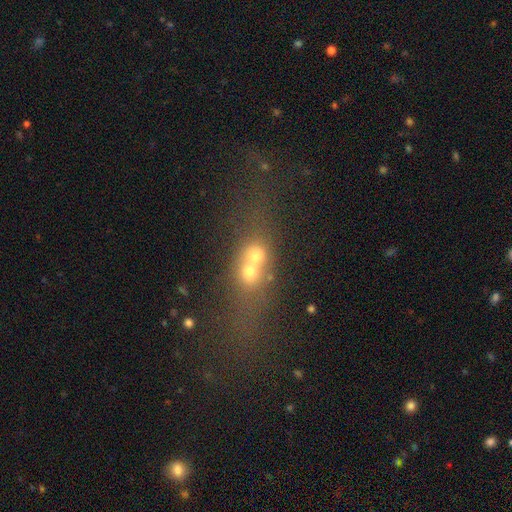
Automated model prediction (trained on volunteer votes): A smooth galaxy with no disk features (57%) that is in between round and cigar-shaped (53%).

Vote fractions:
- Smooth or featured? smooth: 57% / featured or disk: 26% / star or artifact: 17%
- How rounded? in between: 53% / round: 43% / cigar-shaped: 5%
- Merging? merger: 71% / none: 16% / major disturbance: 7% / minor disturbance: 6%